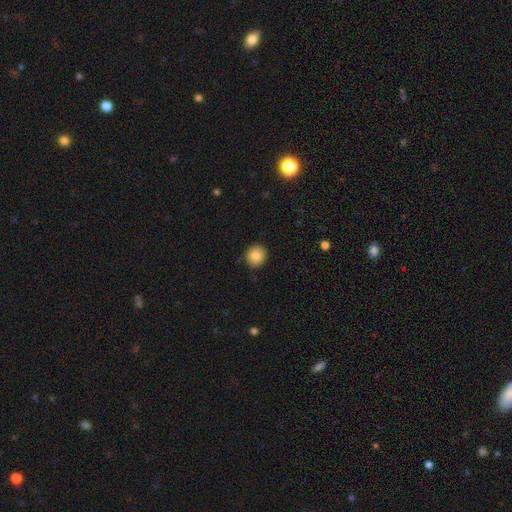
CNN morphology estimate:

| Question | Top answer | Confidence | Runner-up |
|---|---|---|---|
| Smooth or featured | smooth | 86% | star or artifact (9%) |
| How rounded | round | 91% | in between (8%) |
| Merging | none | 90% | minor disturbance (7%) |